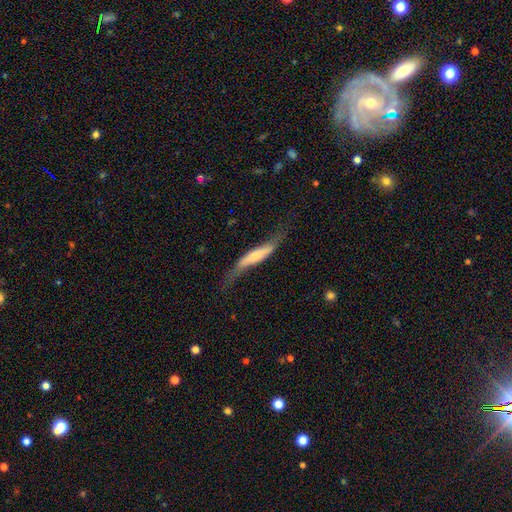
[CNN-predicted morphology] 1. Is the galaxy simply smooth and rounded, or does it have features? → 54% featured or disk, 40% smooth, 6% star or artifact.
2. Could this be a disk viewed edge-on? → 61% yes, 39% no.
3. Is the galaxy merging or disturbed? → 49% none, 28% minor disturbance, 20% major disturbance, 3% merger.